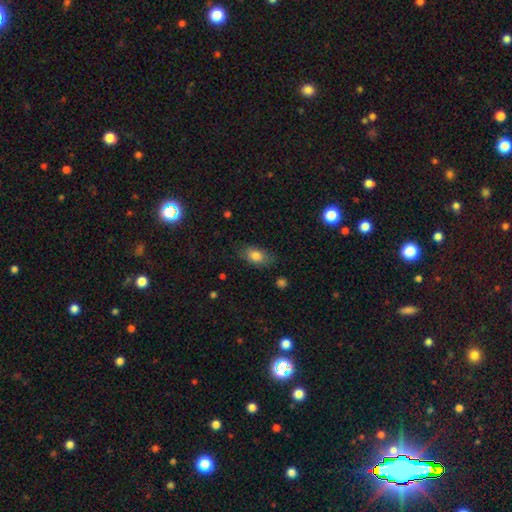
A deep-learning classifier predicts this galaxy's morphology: smooth 82%, featured or disk 10%, star or artifact 8%. Down the decision tree: how rounded — in between (85%); merging — none (77%).